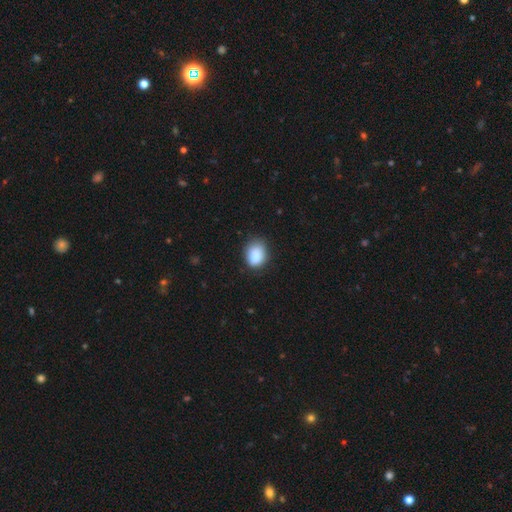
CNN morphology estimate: smooth_or_featured: smooth (p=0.86) [alt: star or artifact p=0.08]
how_rounded: in between (p=0.64) [alt: round p=0.35]
merging: none (p=0.68) [alt: minor disturbance p=0.25]